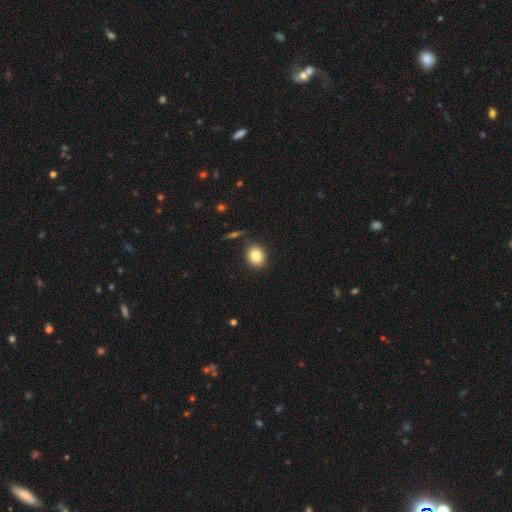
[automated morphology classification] smooth 84%, star or artifact 9%, featured or disk 8%. Down the decision tree: how rounded — round (53%); merging — none (84%).